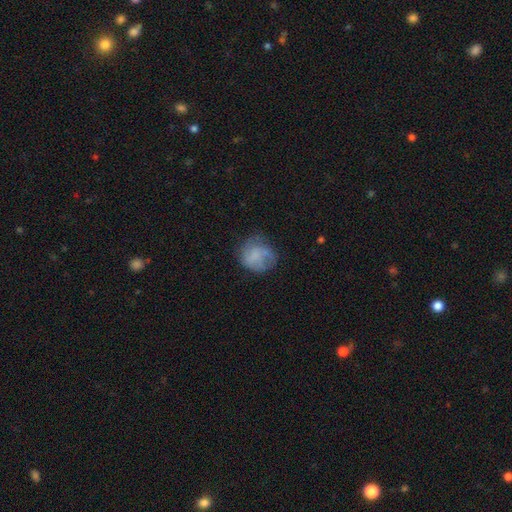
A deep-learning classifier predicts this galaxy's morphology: smooth 59%, featured or disk 32%, star or artifact 9%. Down the decision tree: how rounded — round (76%); merging — none (55%).